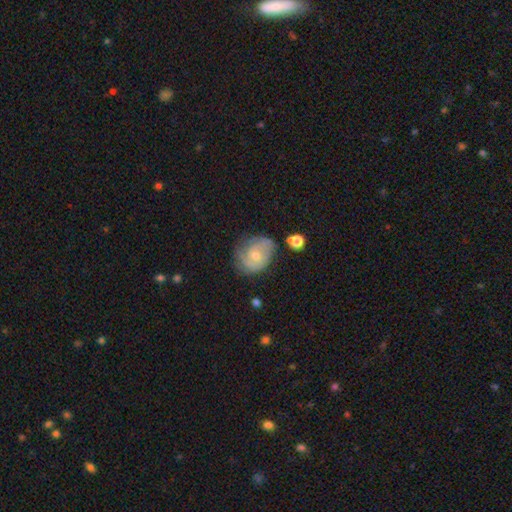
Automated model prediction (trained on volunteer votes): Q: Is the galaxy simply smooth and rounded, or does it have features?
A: featured or disk — 56%.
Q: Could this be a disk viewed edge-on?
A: no — 97%.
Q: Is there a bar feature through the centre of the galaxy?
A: no — 72%.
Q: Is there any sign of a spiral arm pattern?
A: yes — 77%.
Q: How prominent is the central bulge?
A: small — 53%.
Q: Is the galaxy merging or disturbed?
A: none — 52%.